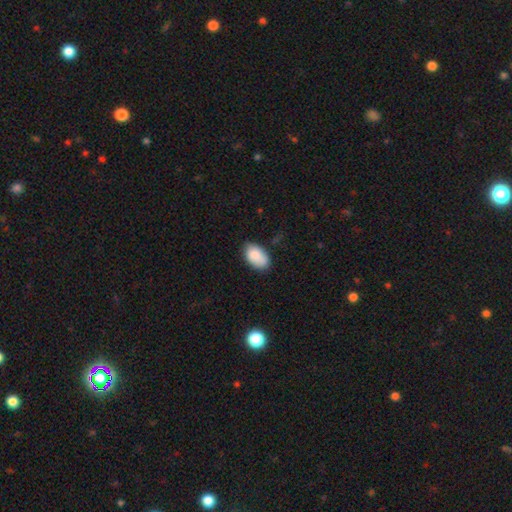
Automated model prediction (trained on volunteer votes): This is clearly a smooth galaxy (86%). How rounded: clearly in between (92%). Merging: likely none (73%).